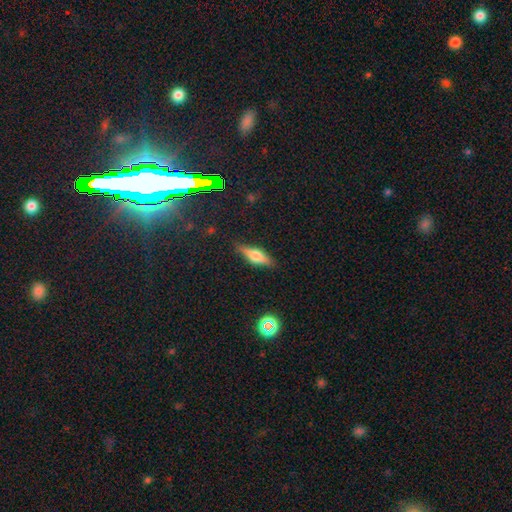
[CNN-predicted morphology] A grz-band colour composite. It shows a featured or disk galaxy (46%). Merging: none (85%).